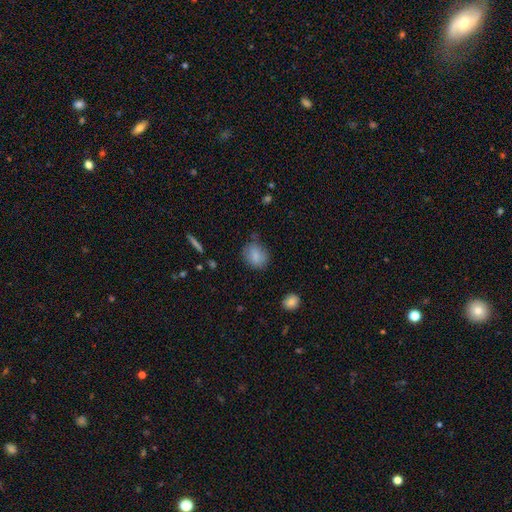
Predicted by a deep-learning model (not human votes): This appears to be a smooth galaxy with no disk features (83%) that is round (55%). Merging: none (69%).